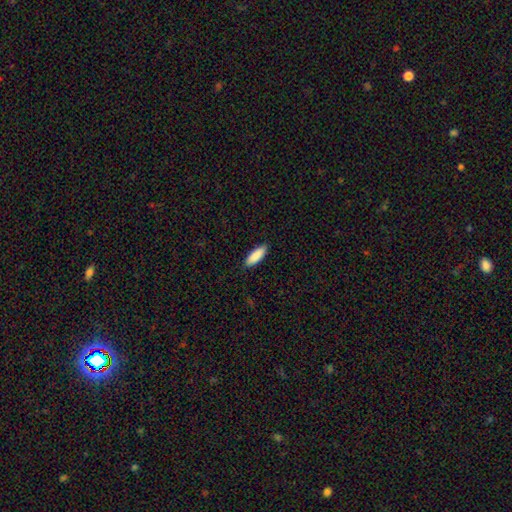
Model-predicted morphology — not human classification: smooth-or-featured: smooth: 90% | star or artifact: 6% | featured or disk: 5%
  how-rounded: in between: 65% | cigar-shaped: 34% | round: 2%
  merging: none: 88% | minor disturbance: 9% | major disturbance: 2% | merger: 1%